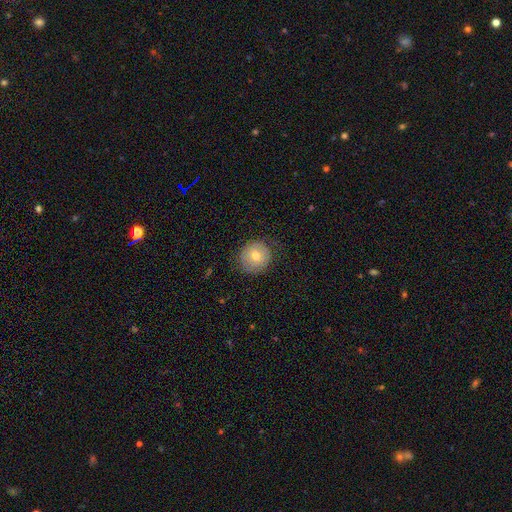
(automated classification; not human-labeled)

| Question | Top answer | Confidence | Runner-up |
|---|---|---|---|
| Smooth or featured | smooth | 62% | featured or disk (29%) |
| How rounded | round | 90% | in between (9%) |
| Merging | none | 77% | minor disturbance (17%) |